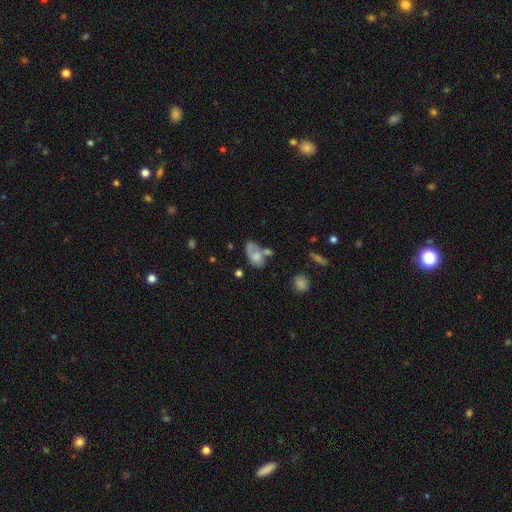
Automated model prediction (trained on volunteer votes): smooth-or-featured: smooth: 56% | featured or disk: 35% | star or artifact: 9%
  how-rounded: in between: 87% | round: 10% | cigar-shaped: 2%
  merging: none: 32% | merger: 27% | minor disturbance: 23% | major disturbance: 18%